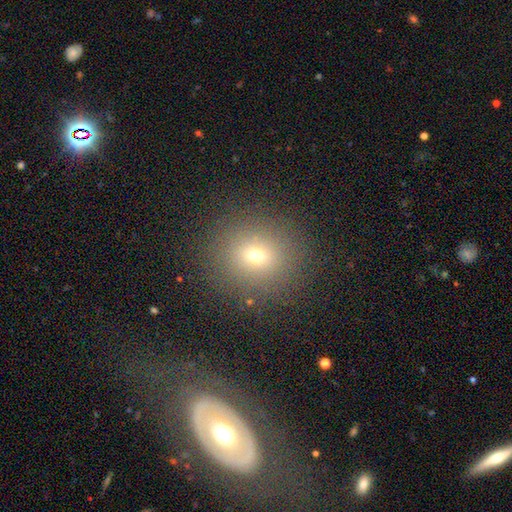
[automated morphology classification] Smooth or featured? smooth (67%)
How rounded? round (84%)
Merging? none (88%)